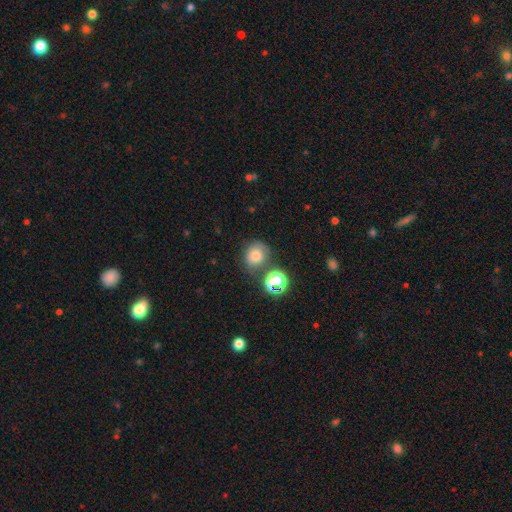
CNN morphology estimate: A smooth galaxy with no disk features (74%) that is round (75%).

Vote fractions:
- Smooth or featured? smooth: 74% / star or artifact: 16% / featured or disk: 10%
- How rounded? round: 75% / in between: 24% / cigar-shaped: 1%
- Merging? none: 66% / minor disturbance: 15% / merger: 13% / major disturbance: 5%